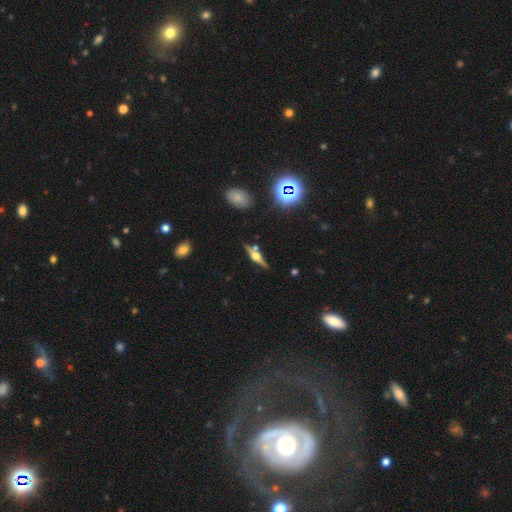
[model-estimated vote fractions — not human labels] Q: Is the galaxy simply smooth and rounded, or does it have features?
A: featured or disk — 75%.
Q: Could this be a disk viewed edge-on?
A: yes — 95%.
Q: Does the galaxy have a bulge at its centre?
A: rounded — 94%.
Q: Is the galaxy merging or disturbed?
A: none — 75%.